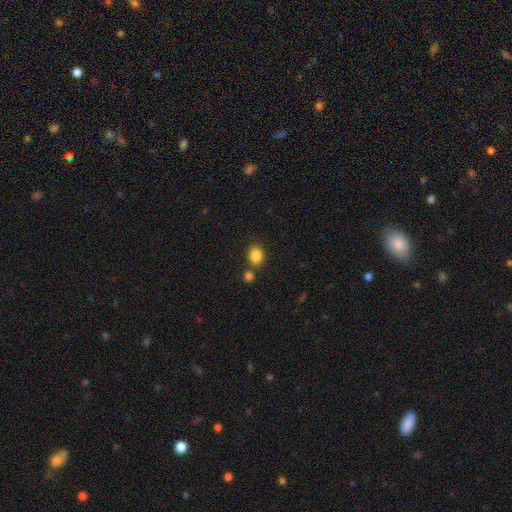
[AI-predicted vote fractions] Smooth or featured? Predicted: smooth (p=0.86). How rounded? Predicted: round (p=0.57). Merging? Predicted: none (p=0.68).